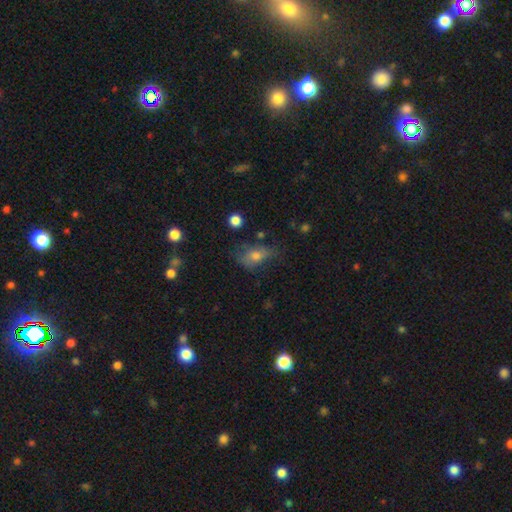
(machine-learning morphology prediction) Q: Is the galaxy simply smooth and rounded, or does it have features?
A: smooth — 66%.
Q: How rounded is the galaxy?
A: in between — 79%.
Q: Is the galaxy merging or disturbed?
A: none — 48%.